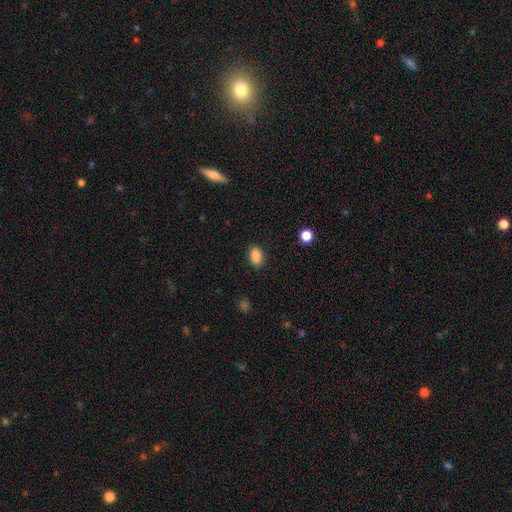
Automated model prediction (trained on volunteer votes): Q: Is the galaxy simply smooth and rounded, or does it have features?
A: smooth — 87%.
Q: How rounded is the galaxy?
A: in between — 87%.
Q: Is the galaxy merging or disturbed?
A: none — 87%.